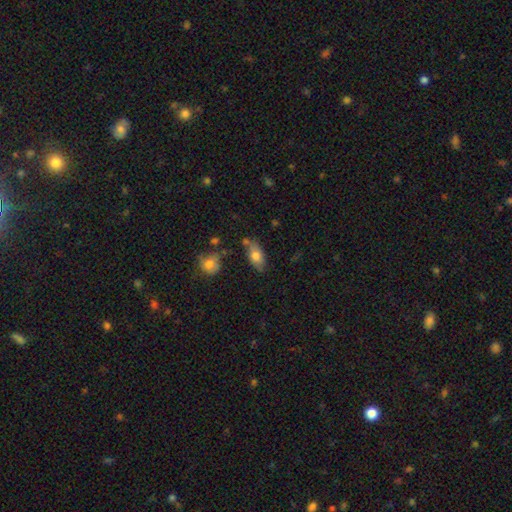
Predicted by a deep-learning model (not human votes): Morphology: type=smooth (73%); roundness=in between (86%); merging=none (66%).